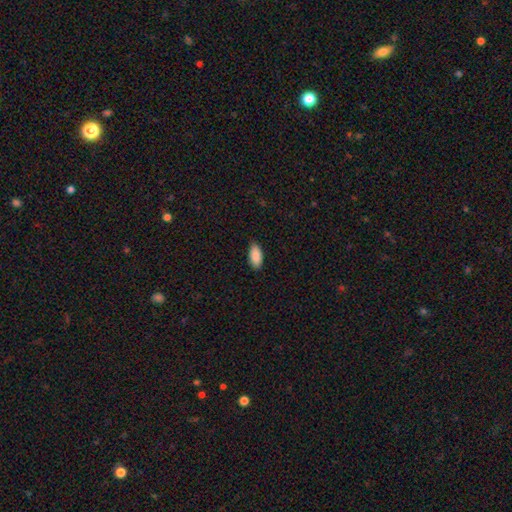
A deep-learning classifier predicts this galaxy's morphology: Q: Smooth or featured?
A: smooth (89%); runner-up: star or artifact (6%)
Q: How rounded?
A: in between (91%); runner-up: cigar-shaped (7%)
Q: Merging?
A: none (87%); runner-up: minor disturbance (10%)